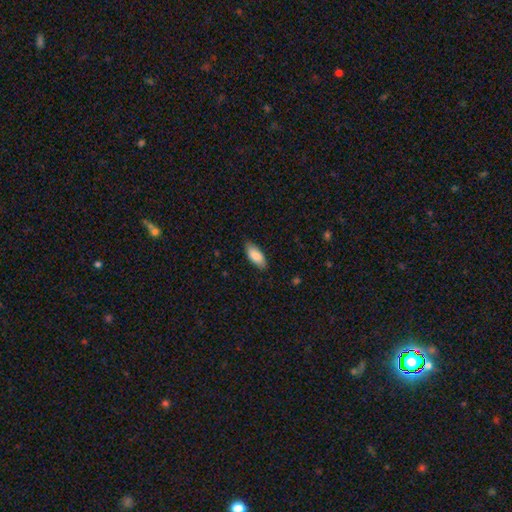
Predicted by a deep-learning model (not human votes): Smooth or featured?
  - smooth: 87% *
  - featured or disk: 8%
  - star or artifact: 6%
How rounded?
  - in between: 86% *
  - cigar-shaped: 13%
  - round: 2%
Merging?
  - none: 83% *
  - minor disturbance: 14%
  - major disturbance: 2%
  - merger: 1%